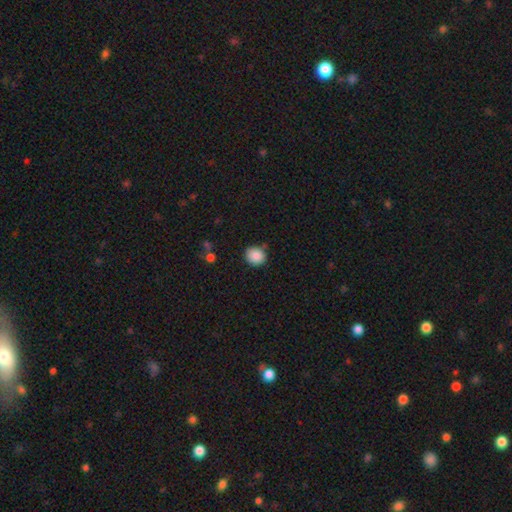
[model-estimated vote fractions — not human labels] This appears to be a smooth galaxy with no disk features (87%) that is round (80%). Merging: none (80%).